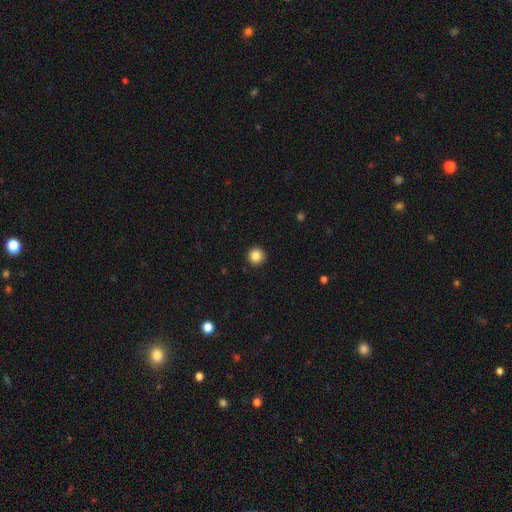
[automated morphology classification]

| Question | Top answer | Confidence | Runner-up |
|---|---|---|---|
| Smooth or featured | smooth | 85% | star or artifact (10%) |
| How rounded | round | 96% | in between (3%) |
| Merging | none | 93% | minor disturbance (5%) |